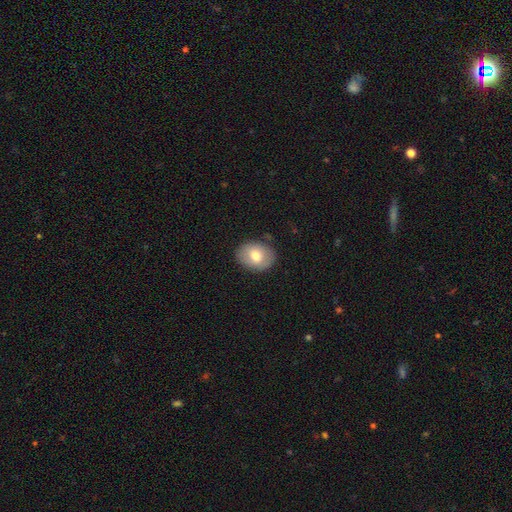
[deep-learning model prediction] Q: Smooth or featured?
A: smooth (72%); runner-up: featured or disk (20%)
Q: How rounded?
A: in between (60%); runner-up: round (39%)
Q: Merging?
A: none (84%); runner-up: minor disturbance (12%)